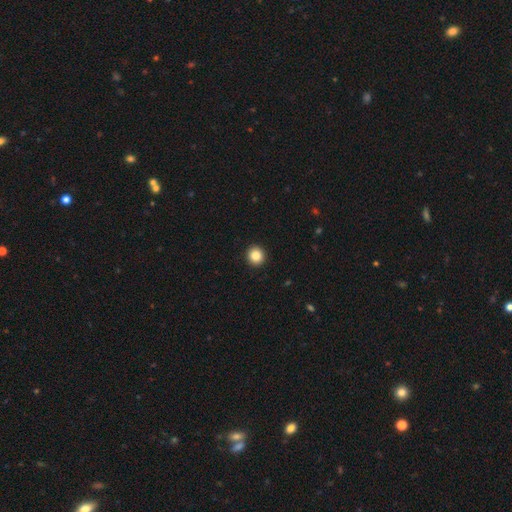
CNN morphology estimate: Smooth or featured: smooth — 85% (star or artifact — 10%)
How rounded: round — 92% (in between — 7%)
Merging: none — 94% (minor disturbance — 4%)